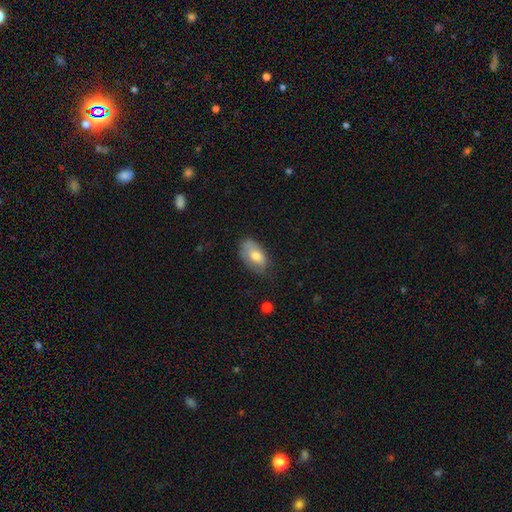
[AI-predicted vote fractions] Morphology: type=smooth (67%); roundness=in between (93%); merging=none (58%).